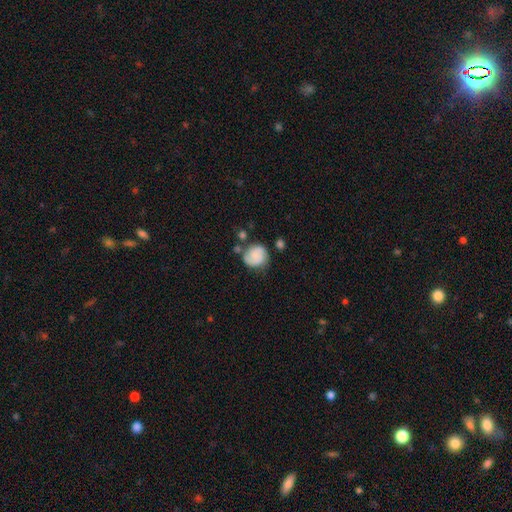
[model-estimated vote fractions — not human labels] Overall: smooth (61%; featured or disk 31%). How rounded: round (78%). Merging: none (54%; minor disturbance 24%).